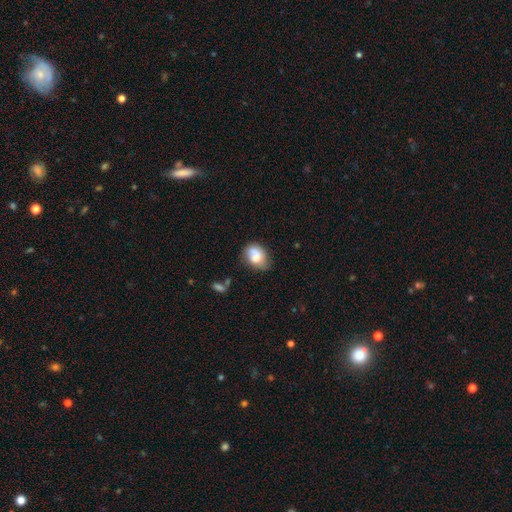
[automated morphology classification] type=smooth (70%); roundness=in between (64%); merging=none (44%).